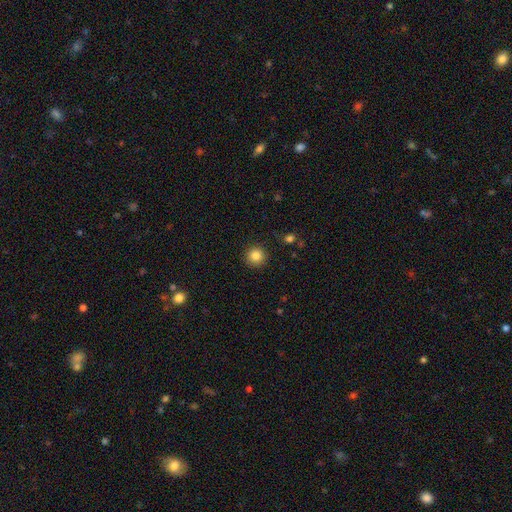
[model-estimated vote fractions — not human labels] smooth 85%, star or artifact 11%, featured or disk 5%. Down the decision tree: how rounded — round (94%); merging — none (91%).